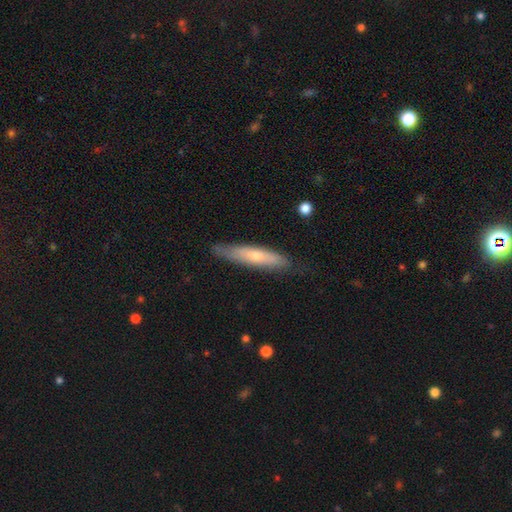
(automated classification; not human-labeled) smooth-or-featured: smooth: 53% | featured or disk: 41% | star or artifact: 6%
  how-rounded: cigar-shaped: 84% | in between: 14% | round: 2%
  merging: none: 78% | minor disturbance: 18% | major disturbance: 3% | merger: 1%